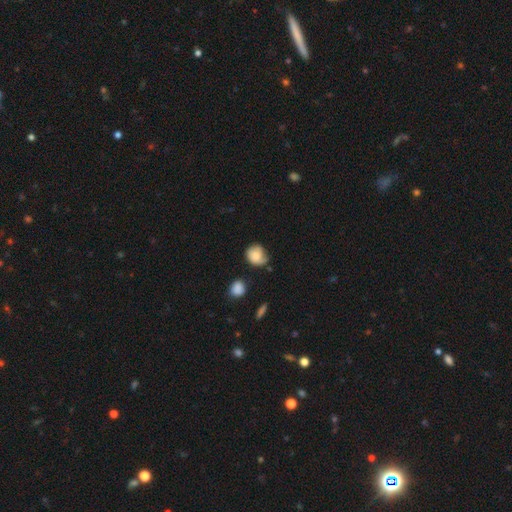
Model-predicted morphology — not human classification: Smooth or featured: smooth — 72% (featured or disk — 20%)
How rounded: round — 69% (in between — 30%)
Merging: none — 44% (minor disturbance — 36%)